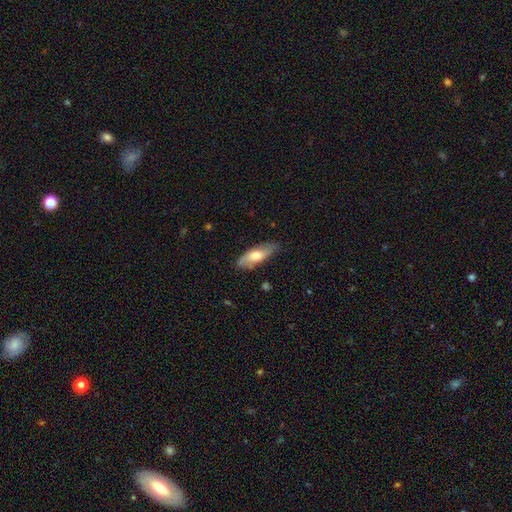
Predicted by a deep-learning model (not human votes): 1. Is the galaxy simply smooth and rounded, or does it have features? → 59% smooth, 36% featured or disk, 6% star or artifact.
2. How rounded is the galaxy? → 66% in between, 31% cigar-shaped, 3% round.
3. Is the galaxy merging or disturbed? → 79% none, 17% minor disturbance, 3% major disturbance, 1% merger.